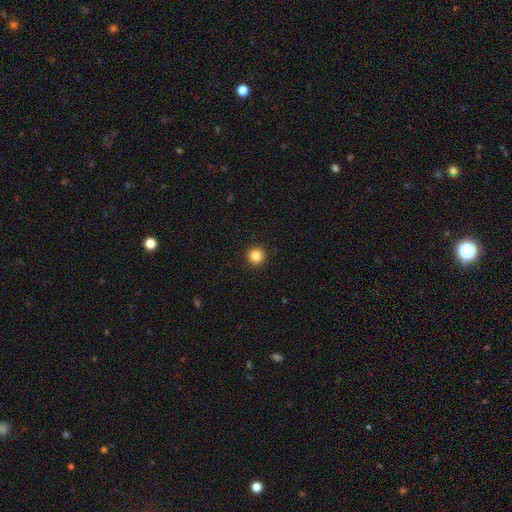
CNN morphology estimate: Q: Smooth or featured?
A: smooth (85%); runner-up: star or artifact (11%)
Q: How rounded?
A: round (96%); runner-up: in between (3%)
Q: Merging?
A: none (93%); runner-up: minor disturbance (4%)